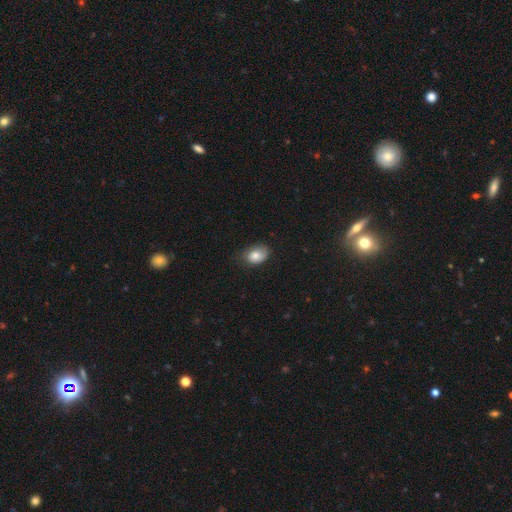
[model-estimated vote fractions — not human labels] A smooth galaxy with no disk features (82%) that is in between round and cigar-shaped (80%). Merging: none (62%).